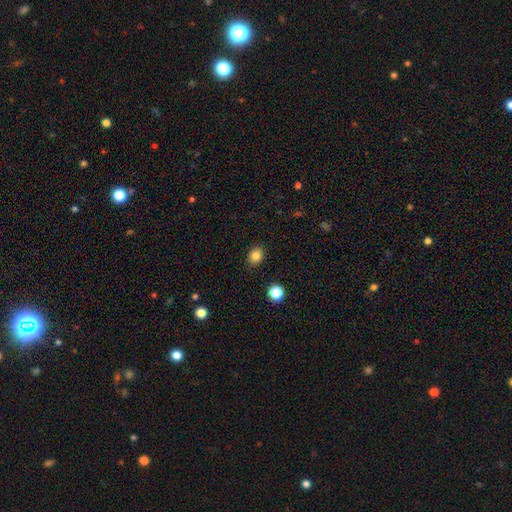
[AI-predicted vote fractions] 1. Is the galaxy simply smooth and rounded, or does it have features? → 84% smooth, 11% star or artifact, 5% featured or disk.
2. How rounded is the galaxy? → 54% round, 45% in between, 1% cigar-shaped.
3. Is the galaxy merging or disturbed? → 87% none, 9% minor disturbance, 2% major disturbance, 1% merger.